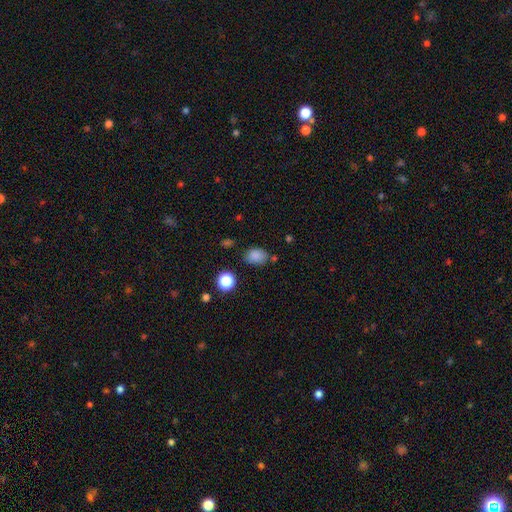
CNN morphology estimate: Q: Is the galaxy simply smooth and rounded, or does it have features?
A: smooth — 82%.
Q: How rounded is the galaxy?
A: in between — 71%.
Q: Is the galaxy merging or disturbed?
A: none — 71%.